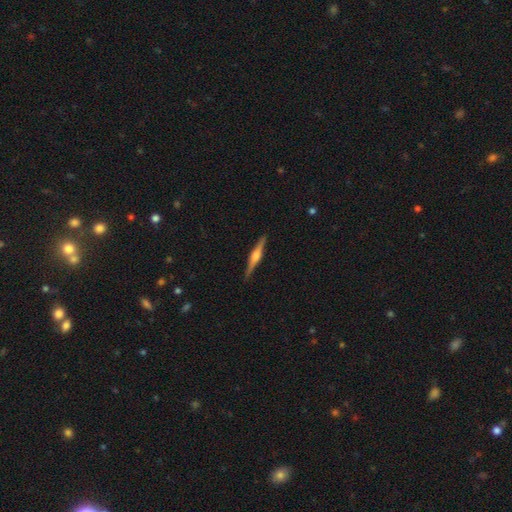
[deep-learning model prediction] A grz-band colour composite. It shows a featured or disk galaxy (78%) viewed edge-on (98%) with a rounded central bulge (83%). Merging: none (91%).